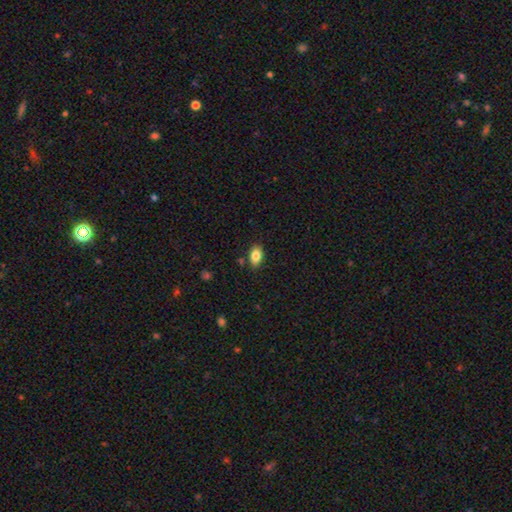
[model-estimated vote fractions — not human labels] A smooth galaxy with no disk features (84%) that is in between round and cigar-shaped (87%). Merging: none (83%).